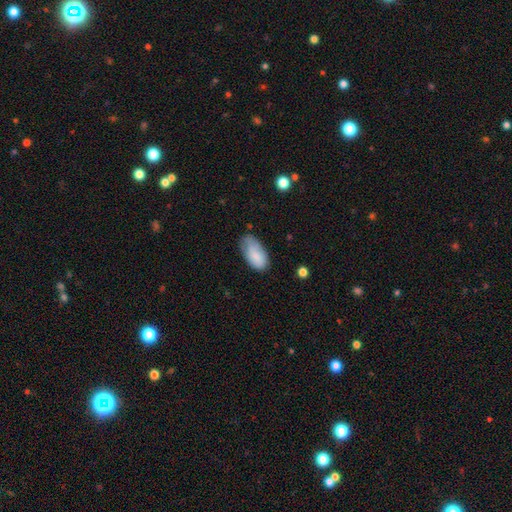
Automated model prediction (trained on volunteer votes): Smooth or featured?
  - smooth: 82% *
  - featured or disk: 12%
  - star or artifact: 6%
How rounded?
  - in between: 94% *
  - cigar-shaped: 3%
  - round: 3%
Merging?
  - none: 50% *
  - minor disturbance: 37%
  - major disturbance: 10%
  - merger: 2%